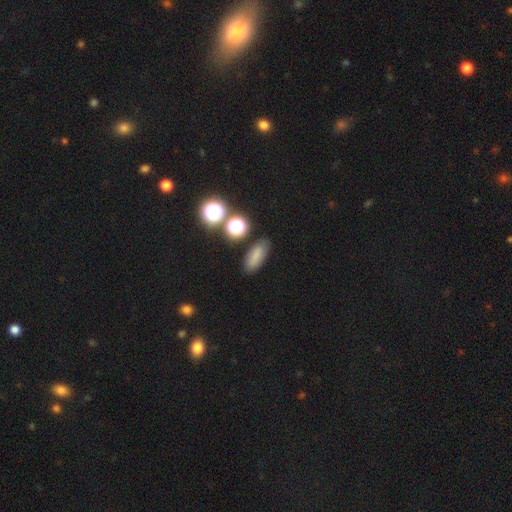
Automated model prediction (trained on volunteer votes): Overall: smooth (75%). How rounded: in between (76%). Merging: none (82%).